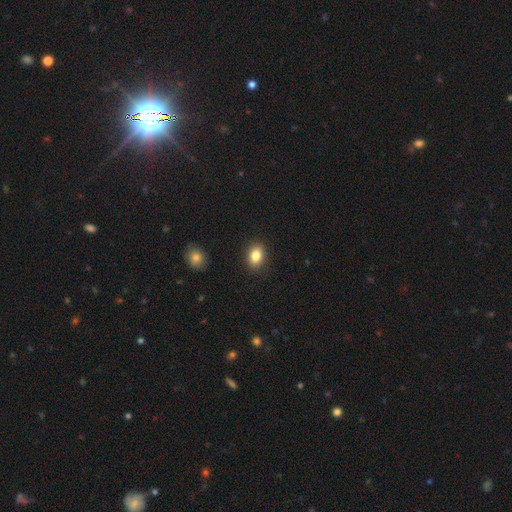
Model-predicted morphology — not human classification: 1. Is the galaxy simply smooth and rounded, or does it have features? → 84% smooth, 9% star or artifact, 7% featured or disk.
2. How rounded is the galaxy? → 76% in between, 23% round, 1% cigar-shaped.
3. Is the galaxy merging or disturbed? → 90% none, 7% minor disturbance, 2% major disturbance, 1% merger.